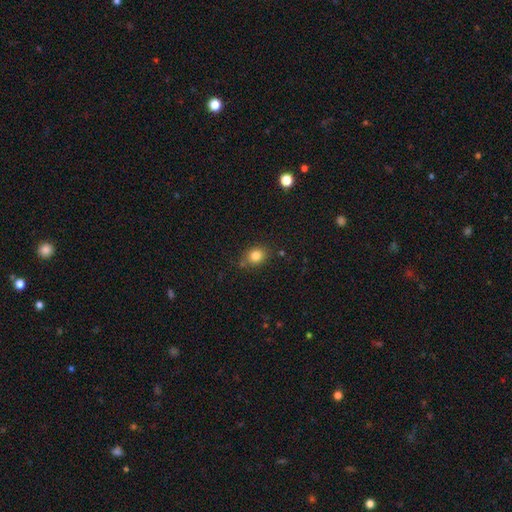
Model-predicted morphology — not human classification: Smooth or featured? Predicted: smooth (p=0.82). How rounded? Predicted: round (p=0.57). Merging? Predicted: none (p=0.77).